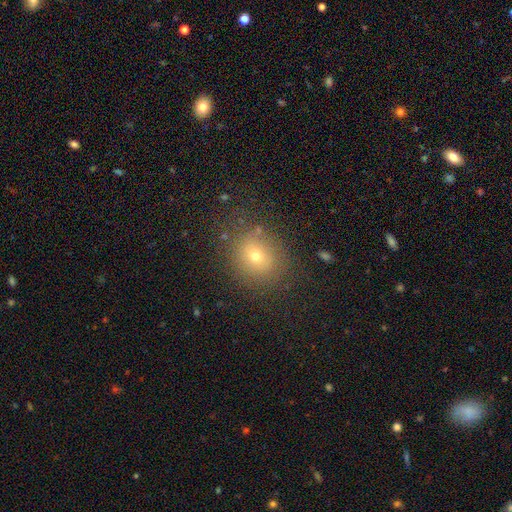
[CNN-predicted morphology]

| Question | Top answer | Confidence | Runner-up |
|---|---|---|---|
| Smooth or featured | smooth | 67% | star or artifact (18%) |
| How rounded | round | 72% | in between (27%) |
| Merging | none | 80% | minor disturbance (12%) |